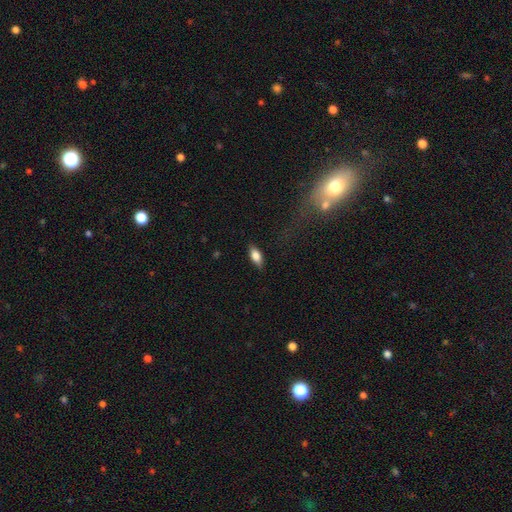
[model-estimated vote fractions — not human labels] Smooth or featured?
  - smooth: 77% *
  - featured or disk: 15%
  - star or artifact: 7%
How rounded?
  - in between: 84% *
  - cigar-shaped: 13%
  - round: 3%
Merging?
  - none: 85% *
  - minor disturbance: 12%
  - major disturbance: 3%
  - merger: 1%